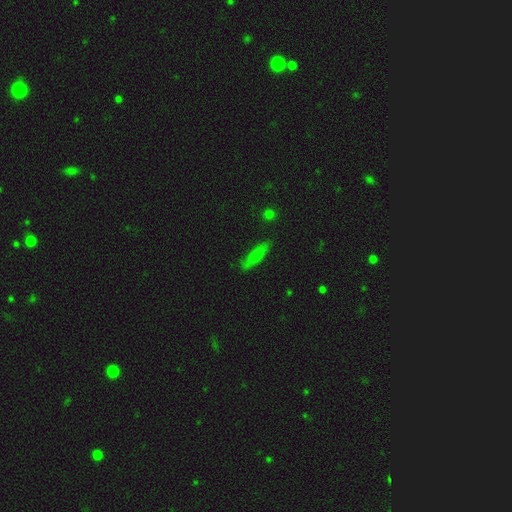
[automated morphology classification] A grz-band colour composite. It shows a smooth galaxy with no disk features (74%) that is cigar-shaped (63%). Merging: none (83%).